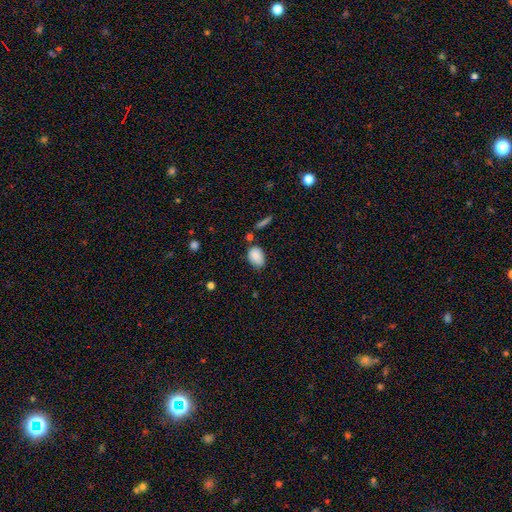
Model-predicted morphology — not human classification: Smooth or featured?
  - smooth: 86% *
  - star or artifact: 8%
  - featured or disk: 6%
How rounded?
  - in between: 86% *
  - round: 13%
  - cigar-shaped: 2%
Merging?
  - none: 66% *
  - minor disturbance: 21%
  - merger: 8%
  - major disturbance: 5%